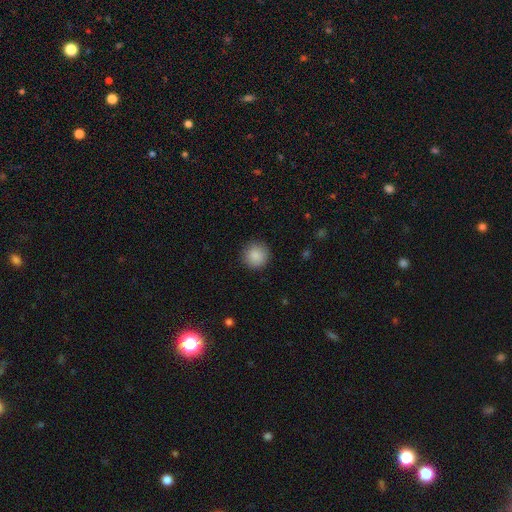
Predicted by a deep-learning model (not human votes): smooth 88%, star or artifact 8%, featured or disk 4%. Down the decision tree: how rounded — round (95%); merging — none (90%).